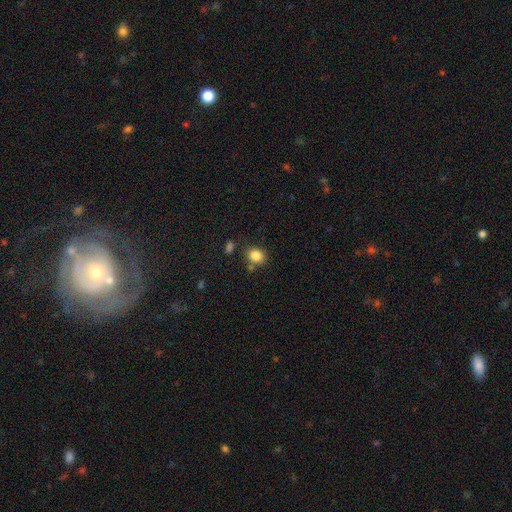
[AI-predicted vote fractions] Overall: smooth (85%). How rounded: round (53%; in between 46%). Merging: none (73%).